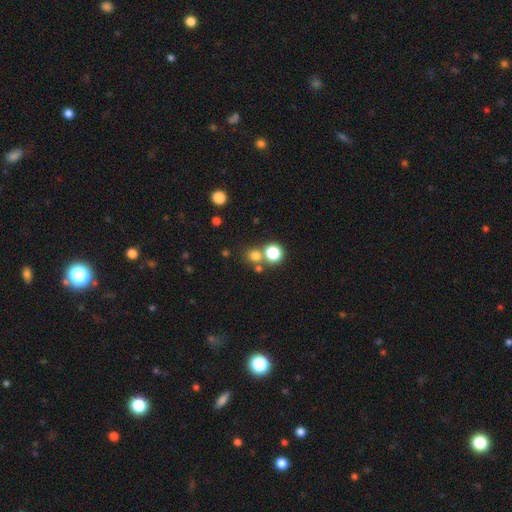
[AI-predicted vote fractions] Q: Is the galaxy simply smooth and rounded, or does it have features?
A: smooth — 72%.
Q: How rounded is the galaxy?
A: round — 87%.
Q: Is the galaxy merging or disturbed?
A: none — 66%.